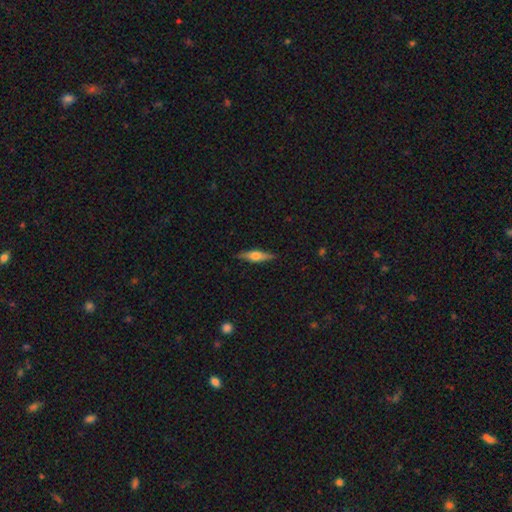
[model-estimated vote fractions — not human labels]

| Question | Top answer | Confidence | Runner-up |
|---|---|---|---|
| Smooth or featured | featured or disk | 48% | smooth (46%) |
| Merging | none | 86% | minor disturbance (10%) |